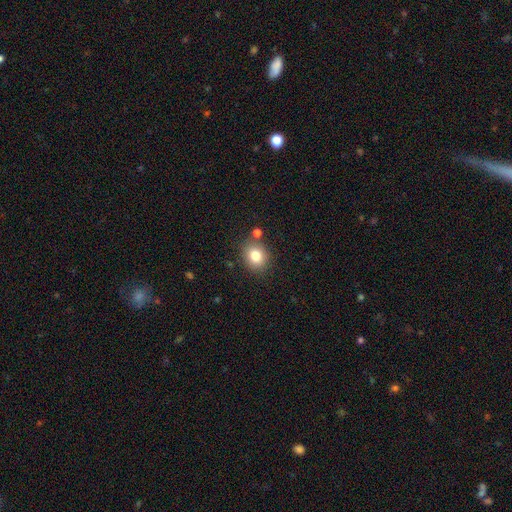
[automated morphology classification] Overall: smooth (81%). How rounded: round (66%; in between 33%). Merging: none (80%).